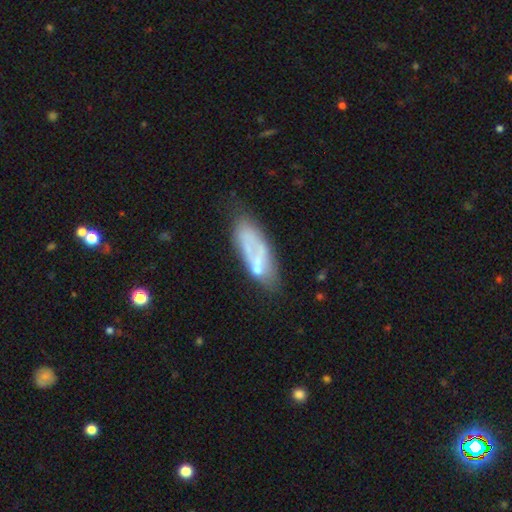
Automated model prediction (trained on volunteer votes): Q: Smooth or featured?
A: featured or disk (49%); runner-up: smooth (43%)
Q: Merging?
A: none (52%); runner-up: minor disturbance (25%)